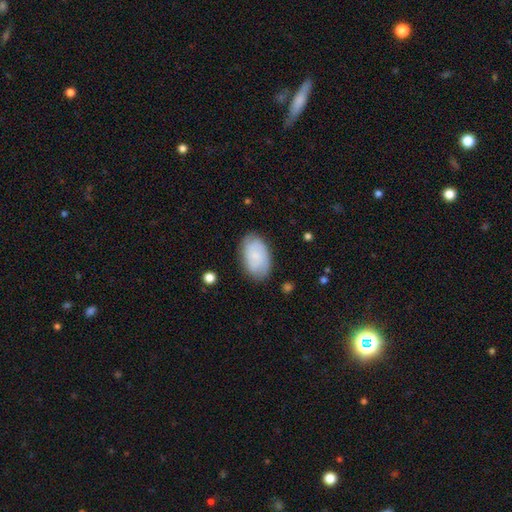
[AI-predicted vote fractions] The model was most divided on "smooth or featured": smooth: 63%, featured or disk: 30%, star or artifact: 8%. More confident: how rounded — in between (92%); merging — none (79%).